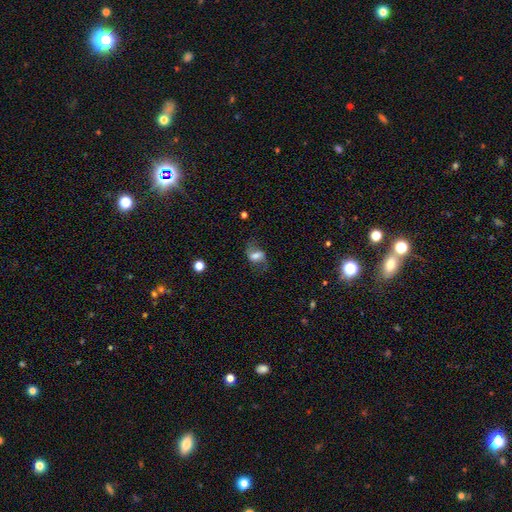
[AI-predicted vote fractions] This appears to be a featured or disk galaxy (52%). Merging: none (65%).